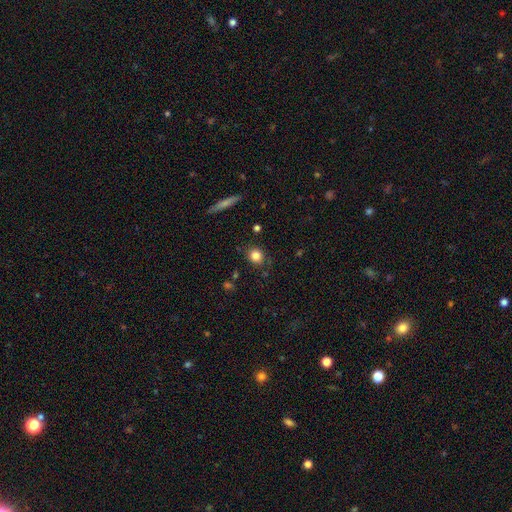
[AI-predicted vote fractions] Q: Smooth or featured?
A: smooth (83%); runner-up: star or artifact (10%)
Q: How rounded?
A: round (82%); runner-up: in between (17%)
Q: Merging?
A: none (83%); runner-up: minor disturbance (12%)